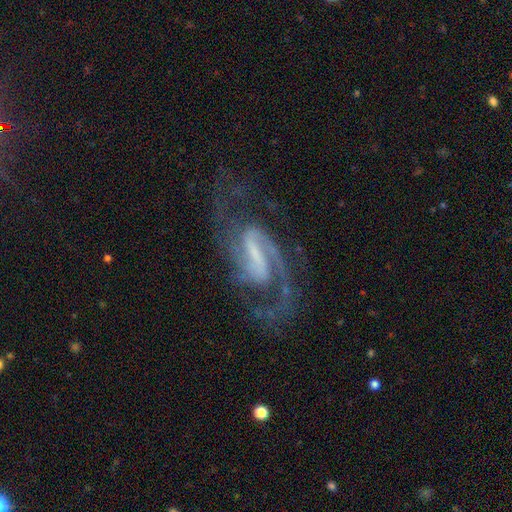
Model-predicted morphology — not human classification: Q: Smooth or featured?
A: featured or disk (91%); runner-up: star or artifact (5%)
Q: Edge-on disk?
A: no (97%); runner-up: yes (3%)
Q: Bar?
A: strong (50%); runner-up: weak (38%)
Q: Spiral arms?
A: yes (98%); runner-up: no (2%)
Q: Spiral winding?
A: medium (59%); runner-up: tight (24%)
Q: Spiral arm count?
A: 2 (90%); runner-up: can't tell (3%)
Q: Bulge size?
A: small (39%); runner-up: none (38%)
Q: Merging?
A: none (69%); runner-up: minor disturbance (15%)